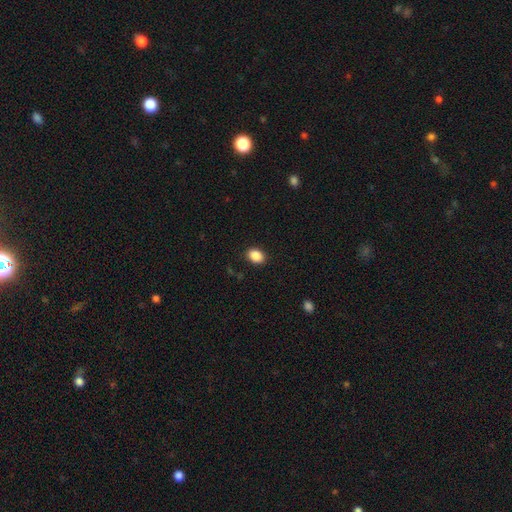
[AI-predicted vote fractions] smooth_or_featured: smooth (p=0.88) [alt: star or artifact p=0.09]
how_rounded: in between (p=0.69) [alt: round p=0.30]
merging: none (p=0.88) [alt: minor disturbance p=0.09]